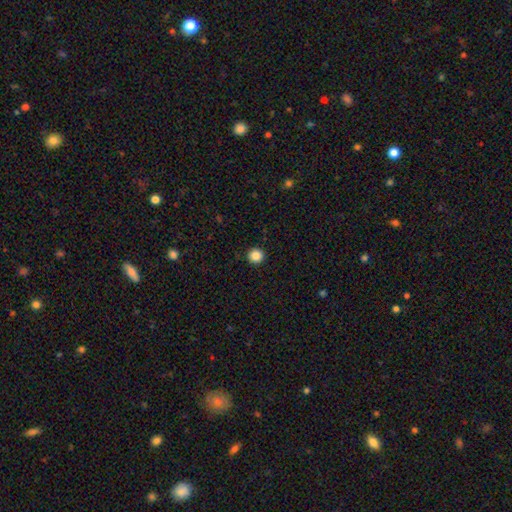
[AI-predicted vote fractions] smooth-or-featured: smooth: 87% | star or artifact: 10% | featured or disk: 3%
  how-rounded: round: 95% | in between: 4% | cigar-shaped: 1%
  merging: none: 93% | minor disturbance: 4% | major disturbance: 2% | merger: 1%